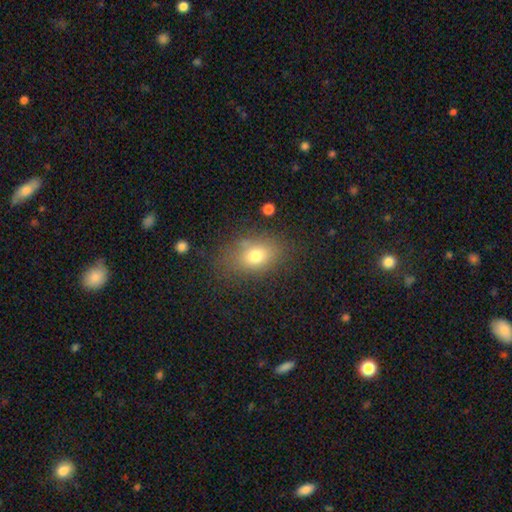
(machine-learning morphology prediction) Smooth or featured?
  - smooth: 75% *
  - featured or disk: 13%
  - star or artifact: 12%
How rounded?
  - in between: 78% *
  - round: 20%
  - cigar-shaped: 2%
Merging?
  - none: 72% *
  - minor disturbance: 18%
  - major disturbance: 7%
  - merger: 3%